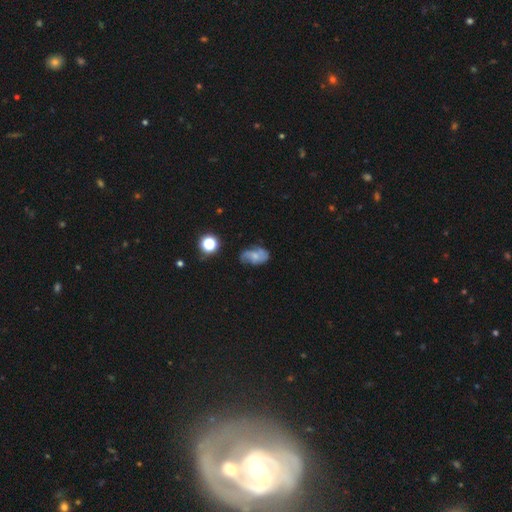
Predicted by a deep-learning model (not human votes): Overall: featured or disk (58%; smooth 32%). Edge-on disk: no (97%). Bar: no (71%). Spiral arms: yes (84%). Bulge size: small (48%; moderate 31%). Merging: none (55%; minor disturbance 28%).